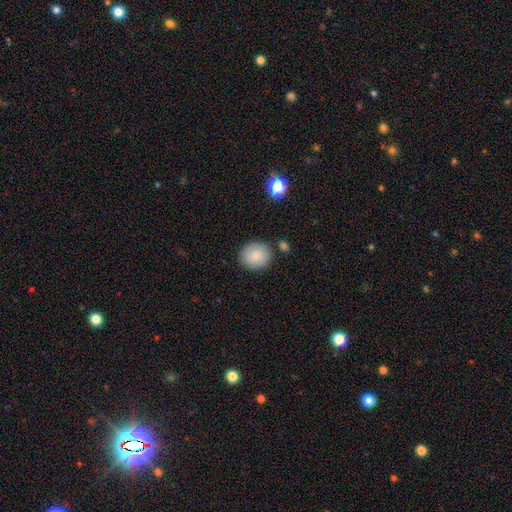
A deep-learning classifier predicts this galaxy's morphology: smooth_or_featured: smooth (p=0.87) [alt: star or artifact p=0.07]
how_rounded: round (p=0.73) [alt: in between p=0.26]
merging: none (p=0.83) [alt: minor disturbance p=0.11]